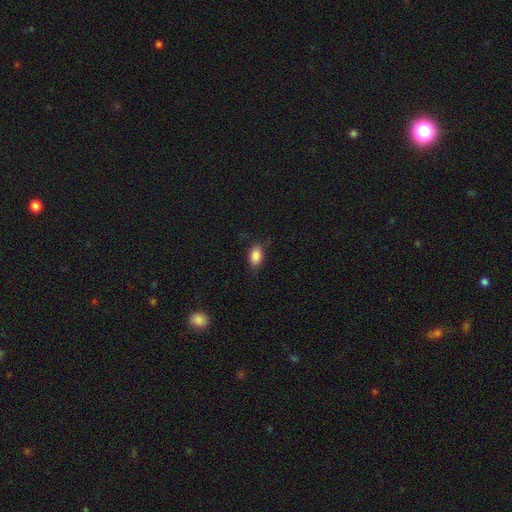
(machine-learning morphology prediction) Smooth or featured? Predicted: smooth (p=0.87). How rounded? Predicted: in between (p=0.88). Merging? Predicted: none (p=0.76).